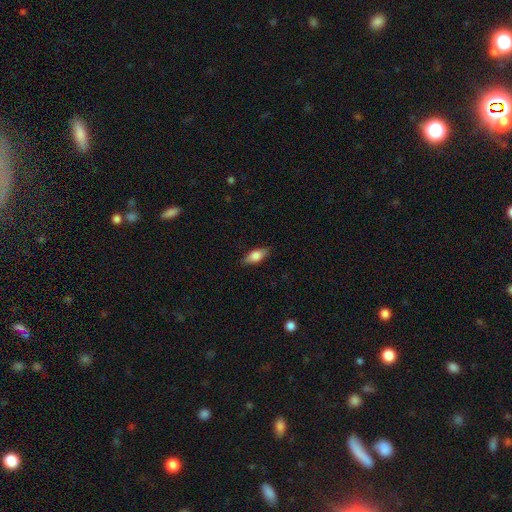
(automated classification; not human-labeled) A smooth galaxy with no disk features (71%) that is in between round and cigar-shaped (78%). Merging: none (84%).